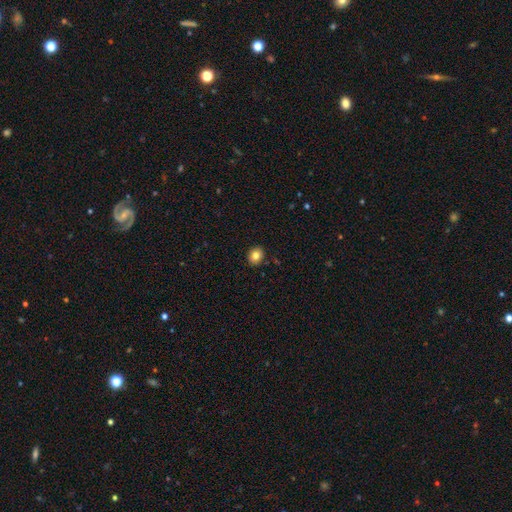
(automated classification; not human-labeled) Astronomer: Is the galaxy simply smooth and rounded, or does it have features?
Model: smooth — 81%.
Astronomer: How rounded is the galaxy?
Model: round — 73%.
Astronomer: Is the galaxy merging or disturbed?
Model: none — 90%.